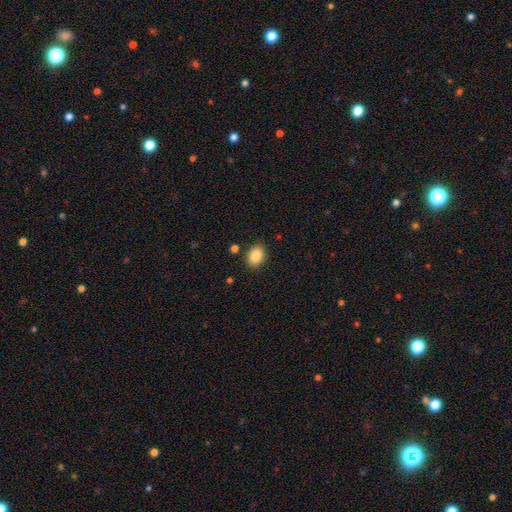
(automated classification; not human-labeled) This is clearly a smooth galaxy (87%). How rounded: likely in between (71%). Merging: clearly none (87%).